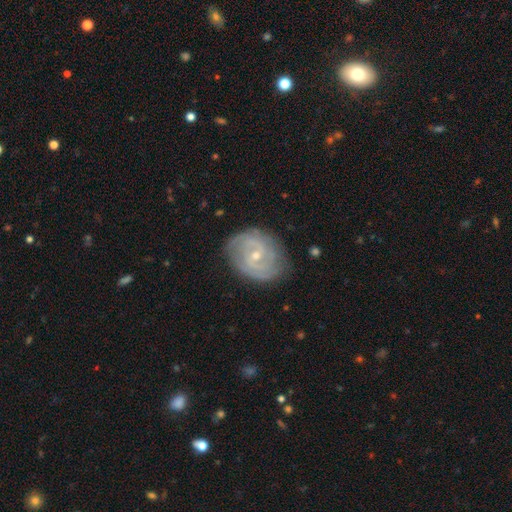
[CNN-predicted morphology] featured or disk 82%, smooth 12%, star or artifact 6%. Down the decision tree: edge-on disk — no (97%); bar — no (47%); spiral arms — yes (93%); spiral arm count — 2 (52%); spiral winding — tight (57%); bulge size — small (67%); merging — none (79%).